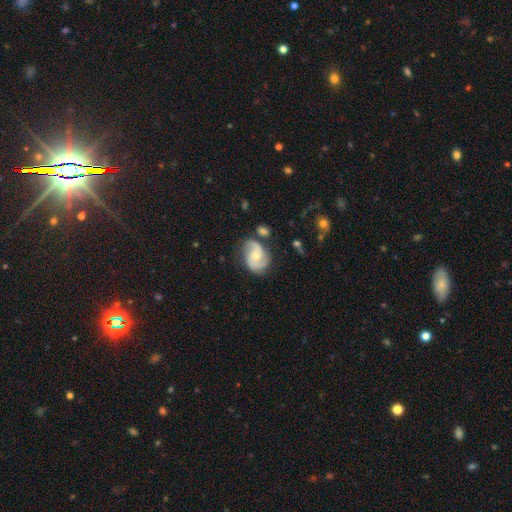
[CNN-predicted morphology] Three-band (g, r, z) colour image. It shows a featured or disk galaxy (83%) with no bar (64%), 2 (80%) medium (48%) spiral arms (96%) and a moderate central bulge (58%). Merging: none (66%).